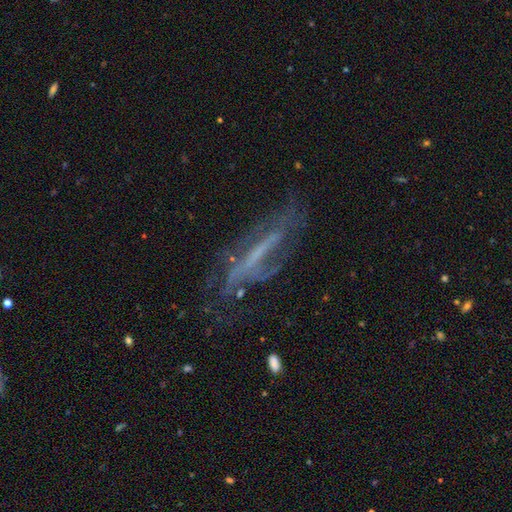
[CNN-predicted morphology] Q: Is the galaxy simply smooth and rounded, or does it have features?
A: featured or disk — 67%.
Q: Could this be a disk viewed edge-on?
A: no — 57%.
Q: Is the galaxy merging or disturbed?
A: none — 54%.